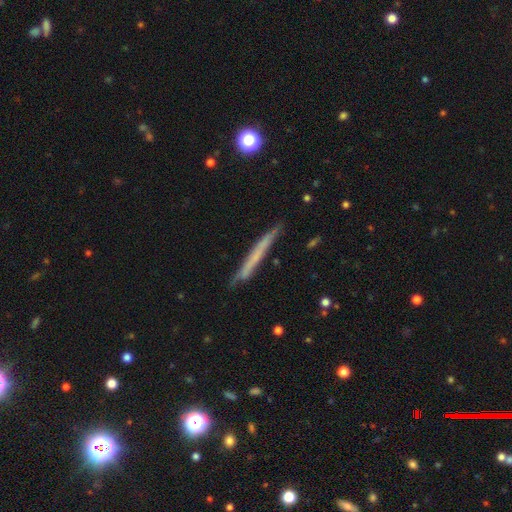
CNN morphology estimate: A smooth galaxy with no disk features (51%) that is cigar-shaped (97%). Merging: none (84%).